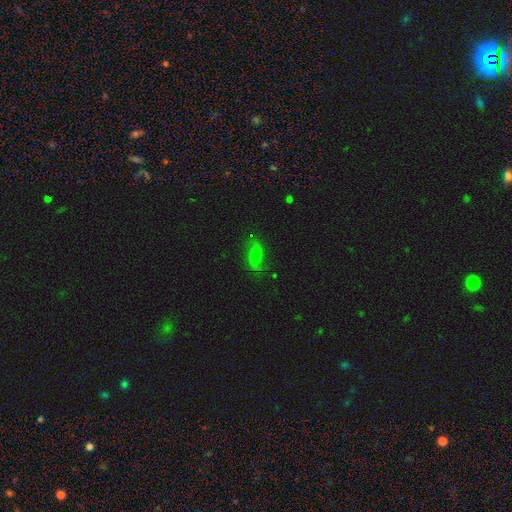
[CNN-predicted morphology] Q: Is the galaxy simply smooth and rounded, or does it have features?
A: featured or disk — 43%, tied with smooth.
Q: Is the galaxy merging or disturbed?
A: none — 74%.